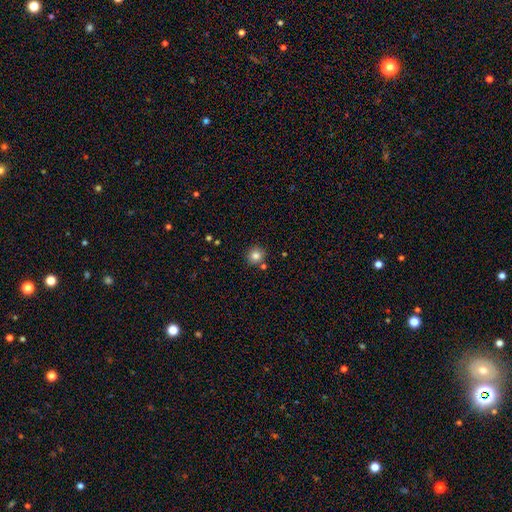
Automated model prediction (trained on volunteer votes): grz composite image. It shows a smooth galaxy with no disk features (82%) that is round (90%). Merging: none (80%).